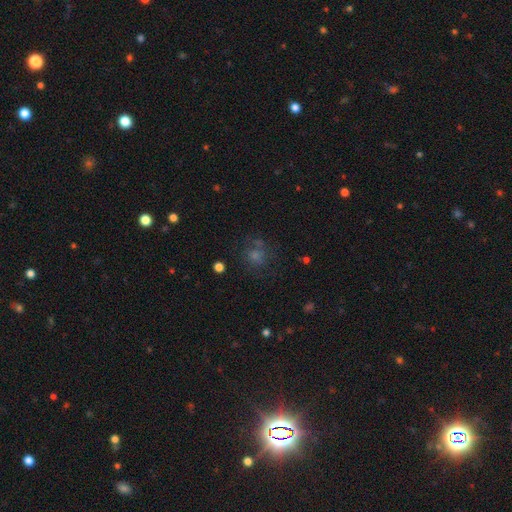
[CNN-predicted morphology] Smooth or featured?
  - smooth: 46% *
  - star or artifact: 34%
  - featured or disk: 20%
Merging?
  - none: 69% *
  - minor disturbance: 15%
  - major disturbance: 11%
  - merger: 5%